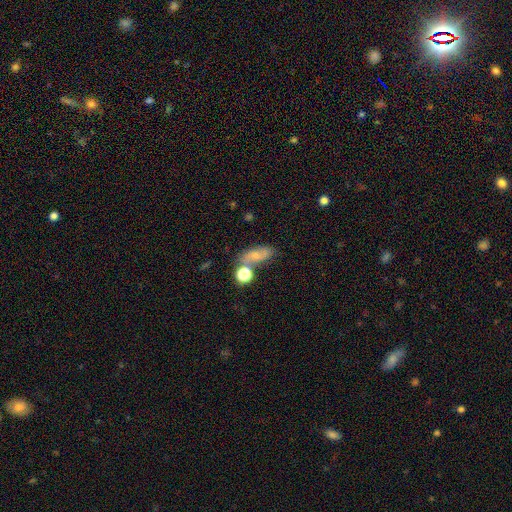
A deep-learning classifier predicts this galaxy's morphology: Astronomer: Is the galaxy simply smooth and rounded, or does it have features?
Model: smooth — 49% (runner-up: featured or disk, 36%).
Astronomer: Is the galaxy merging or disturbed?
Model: none — 52%.